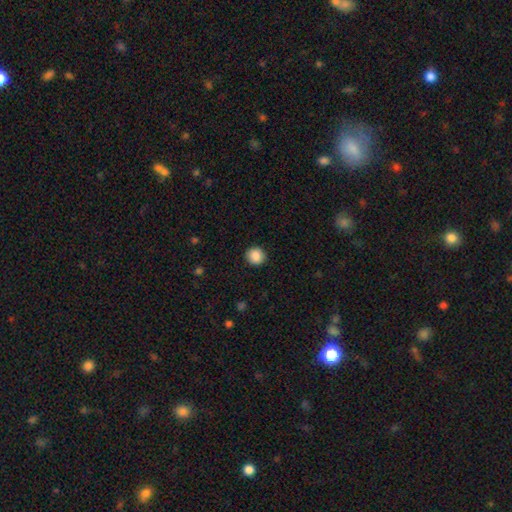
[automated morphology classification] Q: Smooth or featured?
A: smooth (88%); runner-up: star or artifact (9%)
Q: How rounded?
A: round (93%); runner-up: in between (6%)
Q: Merging?
A: none (92%); runner-up: minor disturbance (6%)